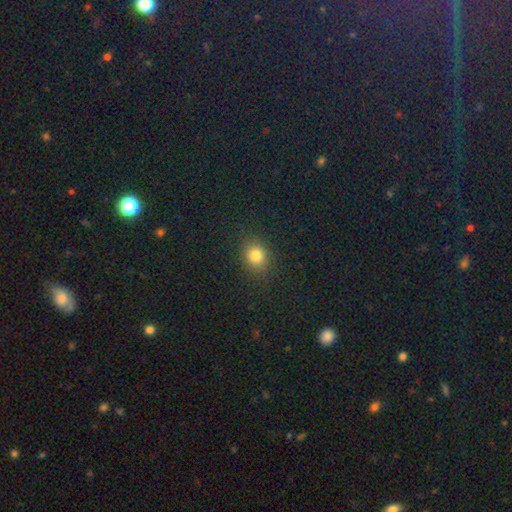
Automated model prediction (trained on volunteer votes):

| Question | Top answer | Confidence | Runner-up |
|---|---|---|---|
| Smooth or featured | smooth | 79% | star or artifact (15%) |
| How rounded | round | 72% | in between (27%) |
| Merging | none | 88% | minor disturbance (8%) |